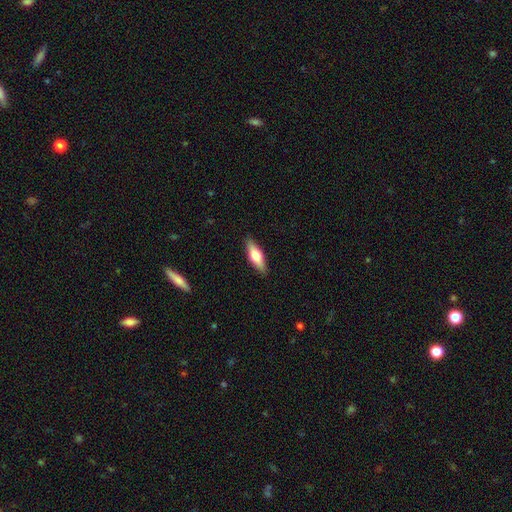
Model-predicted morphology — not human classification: The model was most divided on "how rounded": in between: 55%, cigar-shaped: 43%, round: 3%. More confident: merging — none (89%); smooth or featured — smooth (59%).